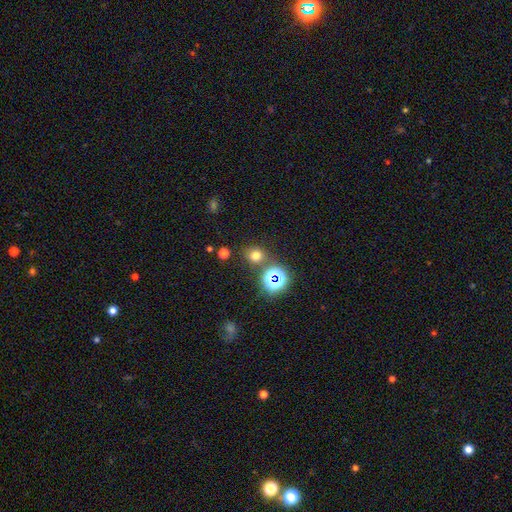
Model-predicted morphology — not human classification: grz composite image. It shows a smooth galaxy with no disk features (66%) that is round (80%). Merging: none (78%).